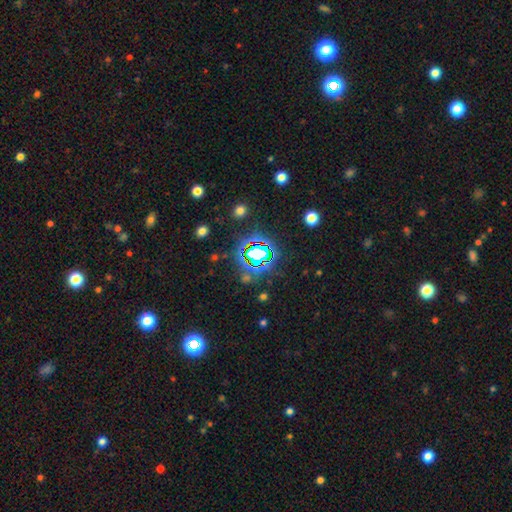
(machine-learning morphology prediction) Overall: star or artifact (70%).